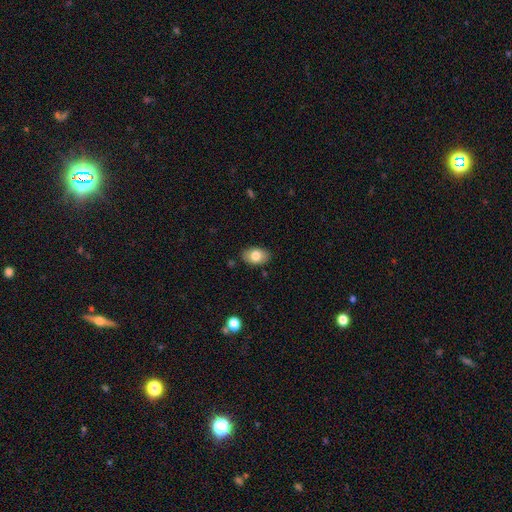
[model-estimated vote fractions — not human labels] Smooth or featured: smooth — 79% (featured or disk — 14%)
How rounded: in between — 88% (round — 11%)
Merging: none — 86% (minor disturbance — 11%)